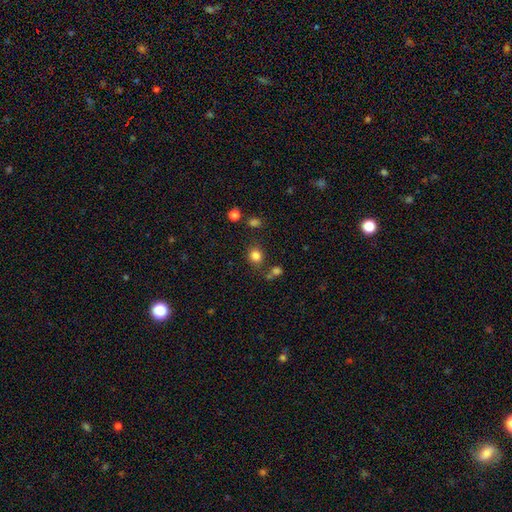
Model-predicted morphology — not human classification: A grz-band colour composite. It shows a smooth galaxy with no disk features (81%) that is round (76%). Merging: none (77%).